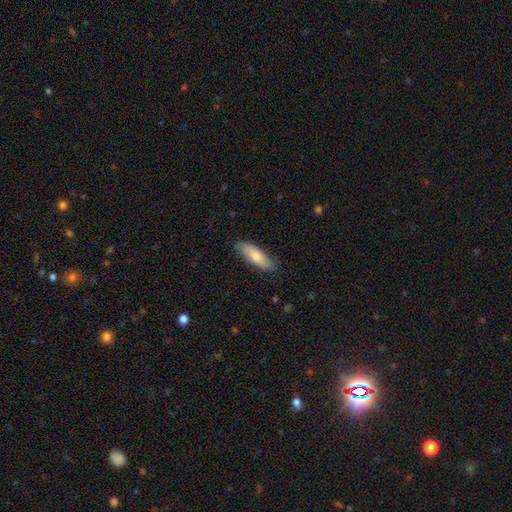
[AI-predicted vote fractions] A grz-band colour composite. It shows a smooth galaxy with no disk features (77%) that is in between round and cigar-shaped (53%). Merging: none (82%).